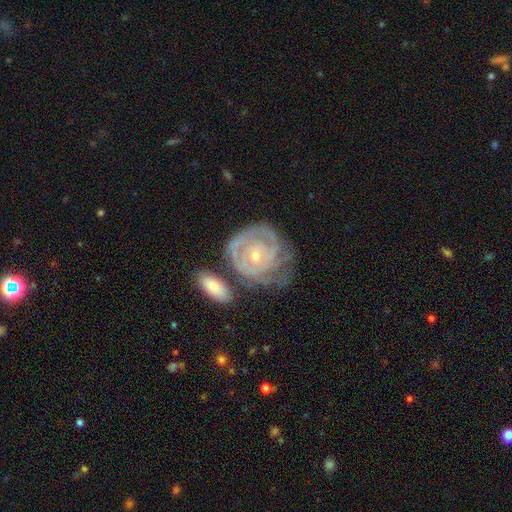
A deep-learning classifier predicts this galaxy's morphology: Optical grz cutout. It shows a featured or disk galaxy (82%) with no bar (77%), tight (78%) spiral arms (91%) and a small central bulge (71%). Merging: none (51%).